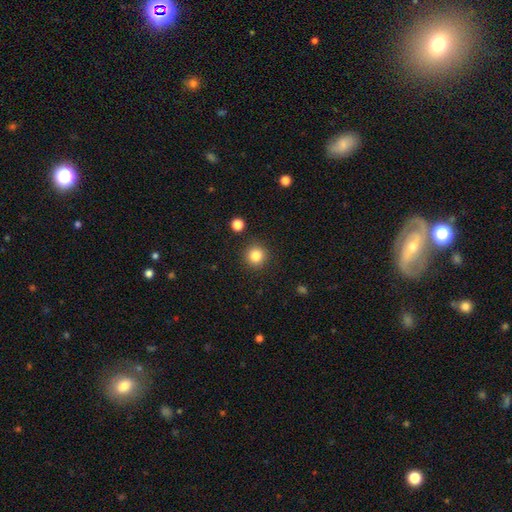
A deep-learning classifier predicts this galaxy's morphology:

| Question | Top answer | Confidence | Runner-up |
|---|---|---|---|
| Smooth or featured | smooth | 83% | star or artifact (11%) |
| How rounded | round | 94% | in between (5%) |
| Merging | none | 90% | minor disturbance (6%) |